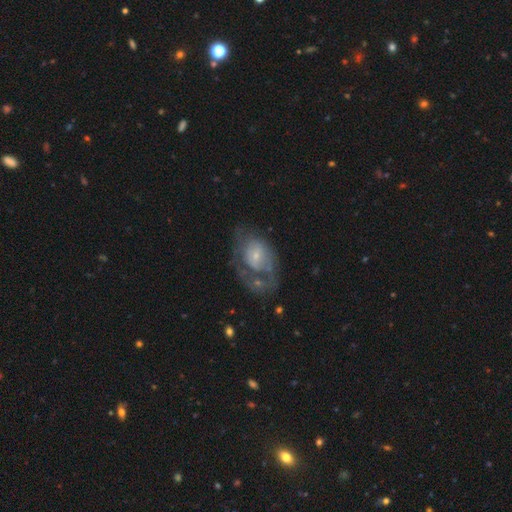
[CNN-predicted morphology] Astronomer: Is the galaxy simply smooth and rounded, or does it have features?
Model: featured or disk — 65%.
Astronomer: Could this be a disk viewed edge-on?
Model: no — 96%.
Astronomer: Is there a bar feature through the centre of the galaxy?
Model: no — 76%.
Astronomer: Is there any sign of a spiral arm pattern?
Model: yes — 60% (runner-up: no, 40%).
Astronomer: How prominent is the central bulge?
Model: small — 68%.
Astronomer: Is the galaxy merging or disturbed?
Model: none — 37% (runner-up: major disturbance, 34%).